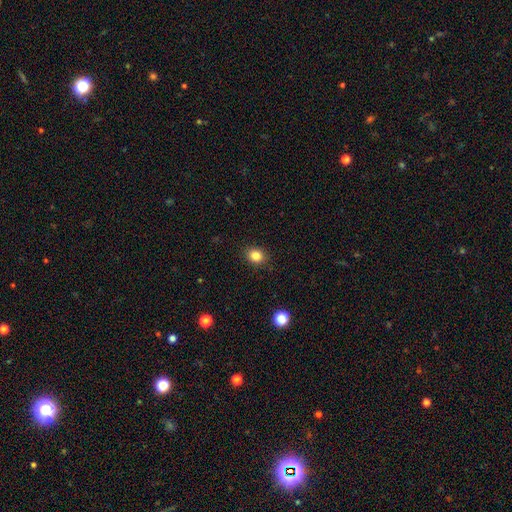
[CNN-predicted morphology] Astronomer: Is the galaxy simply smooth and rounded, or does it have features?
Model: smooth — 83%.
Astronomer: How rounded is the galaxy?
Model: round — 63%.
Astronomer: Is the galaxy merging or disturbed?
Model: none — 89%.